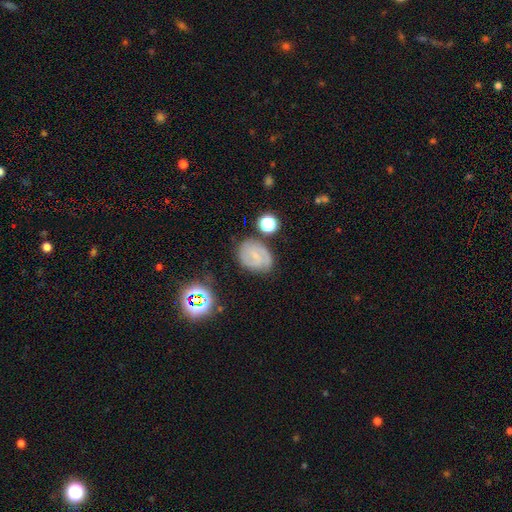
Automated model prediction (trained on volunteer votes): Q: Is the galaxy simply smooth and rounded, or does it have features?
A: featured or disk — 61%.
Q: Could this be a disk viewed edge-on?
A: no — 97%.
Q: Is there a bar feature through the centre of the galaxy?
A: weak — 49%.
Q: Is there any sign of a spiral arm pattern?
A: yes — 88%.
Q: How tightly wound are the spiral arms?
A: tight — 46%.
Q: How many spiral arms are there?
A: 2 — 66%.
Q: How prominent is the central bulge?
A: small — 70%.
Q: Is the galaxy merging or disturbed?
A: none — 72%.